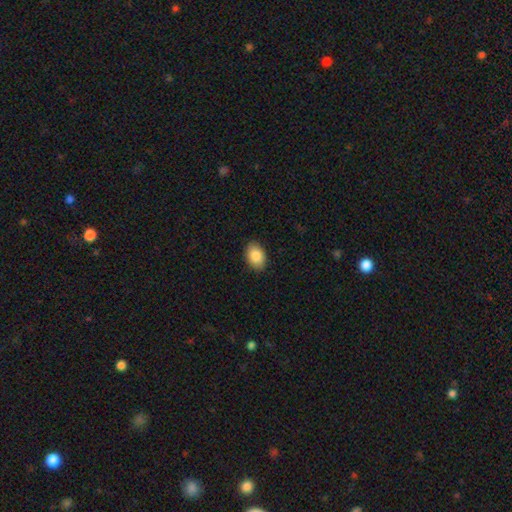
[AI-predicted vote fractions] smooth-or-featured: smooth: 87% | star or artifact: 7% | featured or disk: 6%
  how-rounded: in between: 86% | round: 13% | cigar-shaped: 1%
  merging: none: 89% | minor disturbance: 8% | major disturbance: 2% | merger: 1%